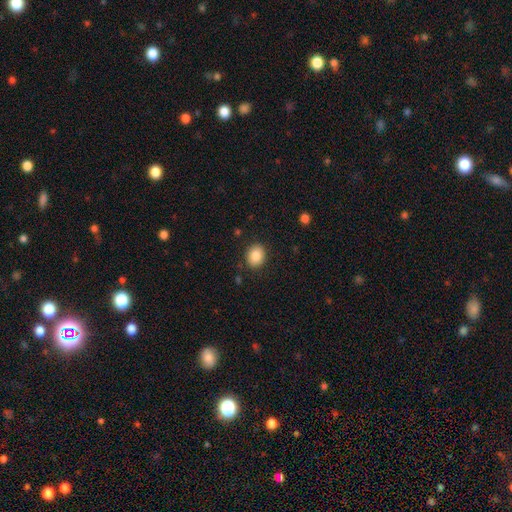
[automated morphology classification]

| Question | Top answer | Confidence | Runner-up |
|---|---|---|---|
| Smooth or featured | smooth | 85% | star or artifact (8%) |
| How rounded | round | 57% | in between (42%) |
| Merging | none | 89% | minor disturbance (8%) |